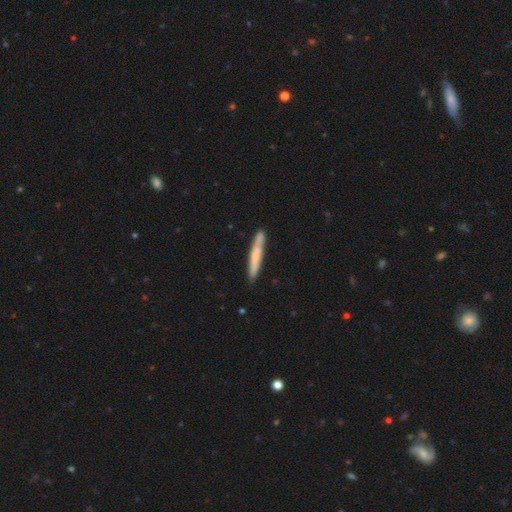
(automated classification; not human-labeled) Smooth or featured?
  - smooth: 58% *
  - featured or disk: 36%
  - star or artifact: 6%
How rounded?
  - cigar-shaped: 95% *
  - in between: 3%
  - round: 1%
Merging?
  - none: 80% *
  - minor disturbance: 14%
  - merger: 4%
  - major disturbance: 2%